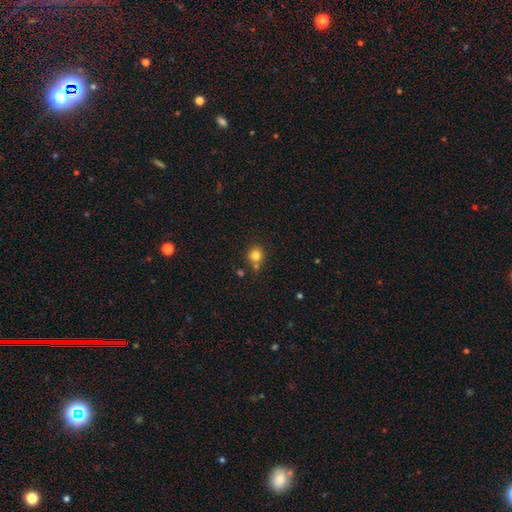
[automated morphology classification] This appears to be a smooth galaxy with no disk features (81%) that is round (88%). Merging: none (67%).